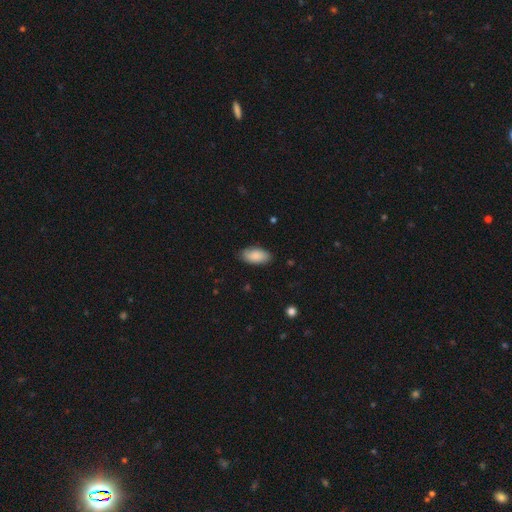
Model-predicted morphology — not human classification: Q: Smooth or featured?
A: smooth (83%); runner-up: featured or disk (11%)
Q: How rounded?
A: in between (93%); runner-up: cigar-shaped (4%)
Q: Merging?
A: none (81%); runner-up: minor disturbance (15%)